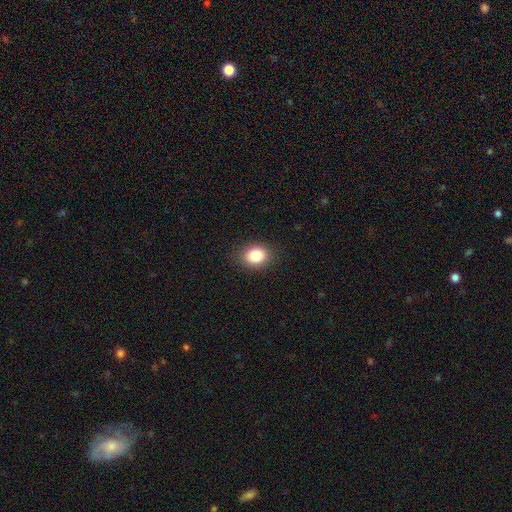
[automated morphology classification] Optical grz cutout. It shows a smooth galaxy with no disk features (84%) that is in between round and cigar-shaped (52%). Merging: none (88%).